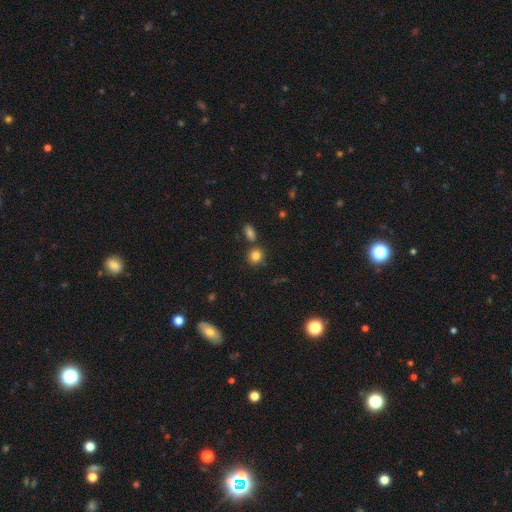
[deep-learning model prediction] smooth-or-featured: smooth: 84% | star or artifact: 11% | featured or disk: 6%
  how-rounded: round: 79% | in between: 19% | cigar-shaped: 1%
  merging: none: 74% | merger: 13% | minor disturbance: 10% | major disturbance: 3%